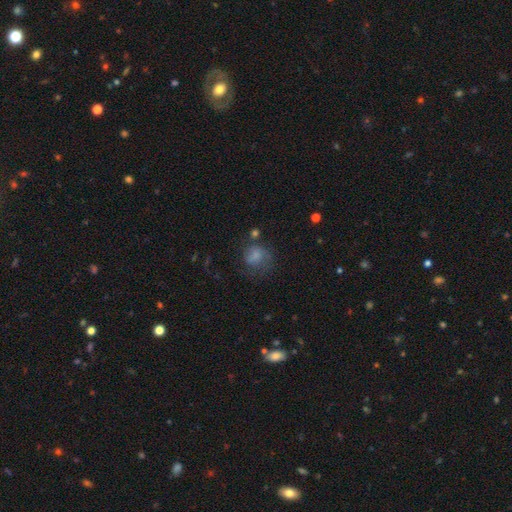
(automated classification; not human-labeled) Smooth or featured? Predicted: smooth (p=0.68). How rounded? Predicted: round (p=0.67). Merging? Predicted: none (p=0.41).